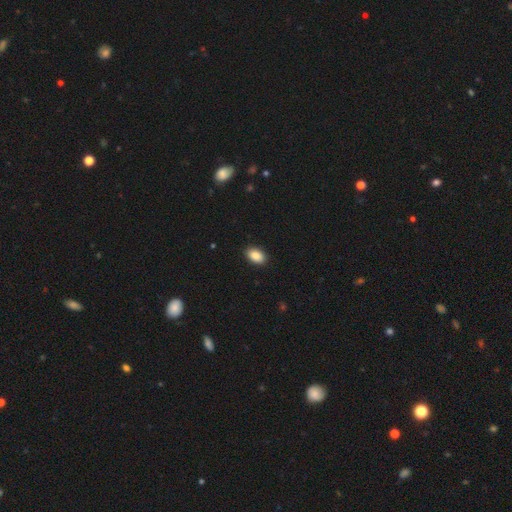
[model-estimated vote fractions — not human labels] The model was most divided on "how rounded": in between: 90%, round: 9%, cigar-shaped: 1%. More confident: merging — none (90%); smooth or featured — smooth (89%).